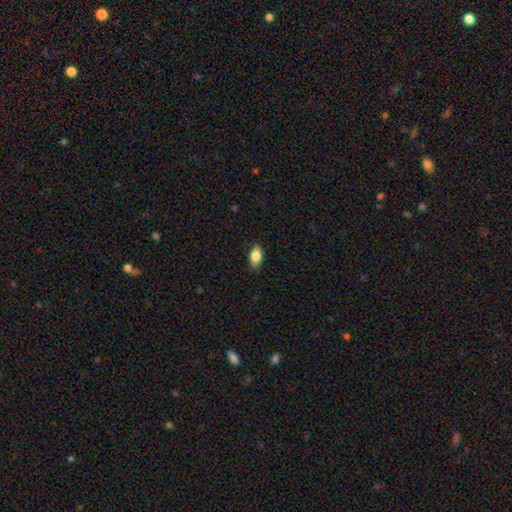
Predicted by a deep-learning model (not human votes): Smooth or featured? Predicted: smooth (p=0.81). How rounded? Predicted: in between (p=0.89). Merging? Predicted: none (p=0.87).